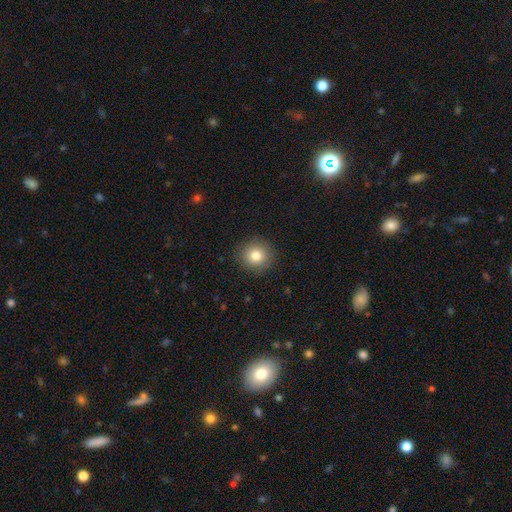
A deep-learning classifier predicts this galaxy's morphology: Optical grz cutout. It shows a smooth galaxy with no disk features (81%) that is round (92%). Merging: none (89%).